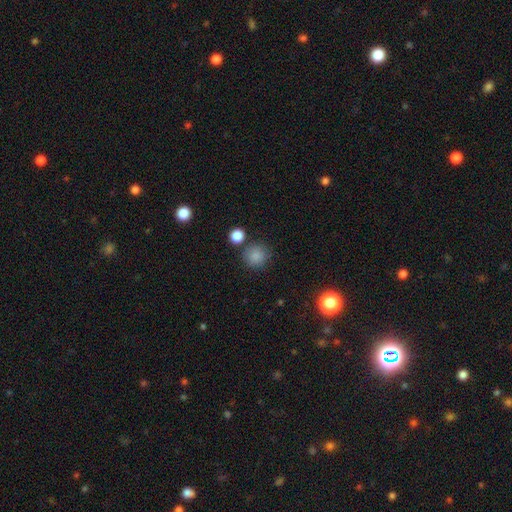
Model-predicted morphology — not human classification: Overall: smooth (85%). How rounded: round (91%). Merging: none (80%).